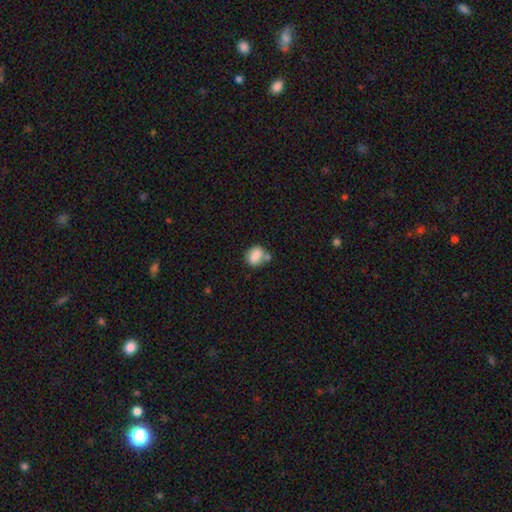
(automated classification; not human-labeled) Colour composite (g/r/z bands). It shows a smooth galaxy with no disk features (80%) that is round (52%). Merging: none (51%).